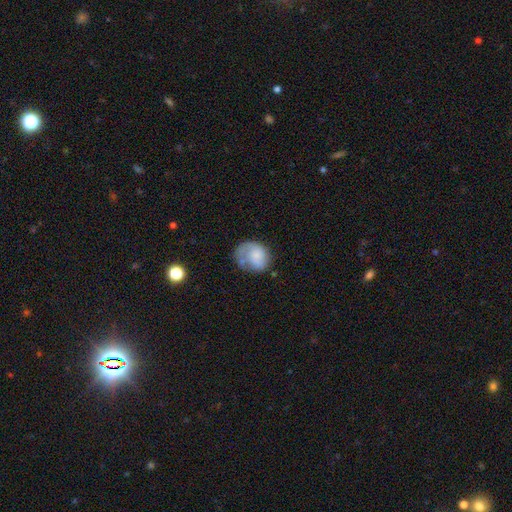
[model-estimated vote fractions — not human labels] Morphology: type=smooth (56%); roundness=round (57%); merging=none (41%).